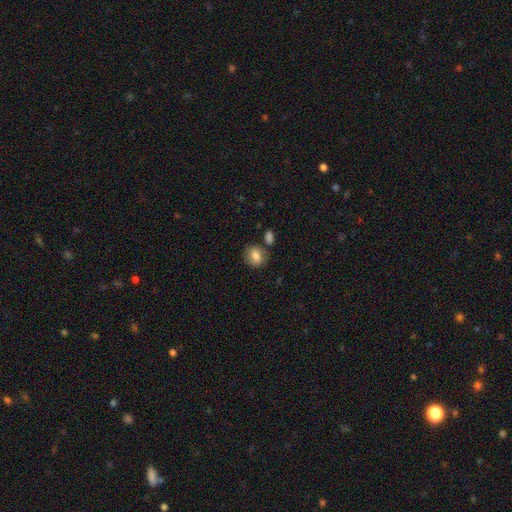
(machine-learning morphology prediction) A smooth galaxy with no disk features (80%) that is round (66%).

Vote fractions:
- Smooth or featured? smooth: 80% / featured or disk: 11% / star or artifact: 8%
- How rounded? round: 66% / in between: 32% / cigar-shaped: 1%
- Merging? none: 71% / minor disturbance: 14% / merger: 11% / major disturbance: 4%